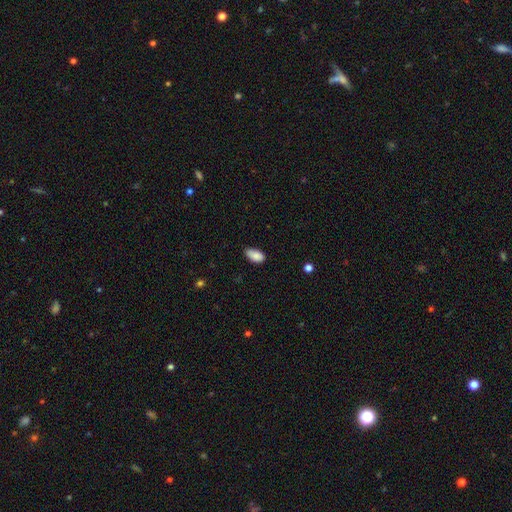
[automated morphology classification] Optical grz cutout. It shows a smooth galaxy with no disk features (87%) that is in between round and cigar-shaped (93%). Merging: none (66%).